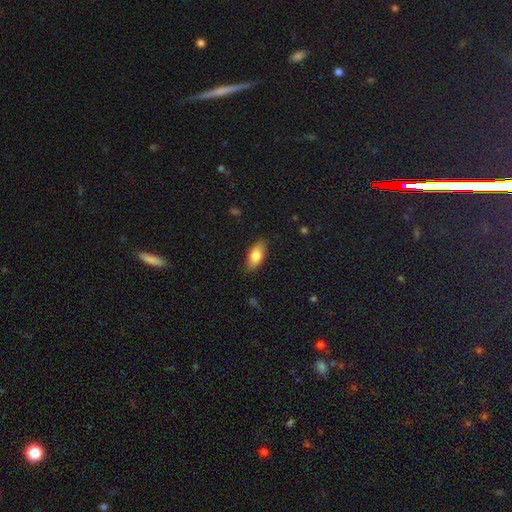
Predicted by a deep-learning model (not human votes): smooth-or-featured: smooth: 78% | featured or disk: 16% | star or artifact: 7%
  how-rounded: in between: 88% | cigar-shaped: 9% | round: 4%
  merging: none: 84% | minor disturbance: 12% | major disturbance: 2% | merger: 1%